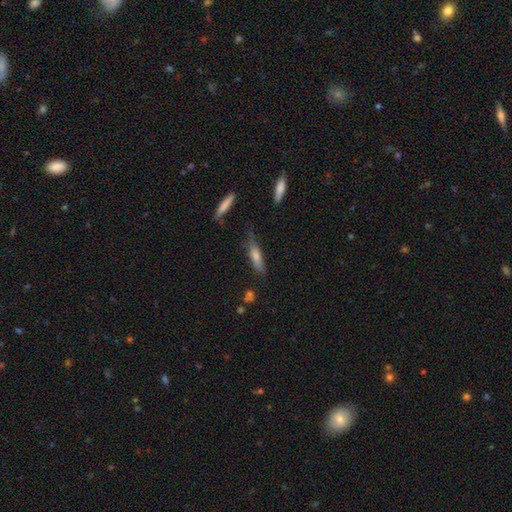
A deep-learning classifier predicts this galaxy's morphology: Smooth or featured?
  - smooth: 60% *
  - featured or disk: 31%
  - star or artifact: 9%
How rounded?
  - cigar-shaped: 74% *
  - in between: 24%
  - round: 2%
Merging?
  - none: 63% *
  - minor disturbance: 24%
  - major disturbance: 8%
  - merger: 4%